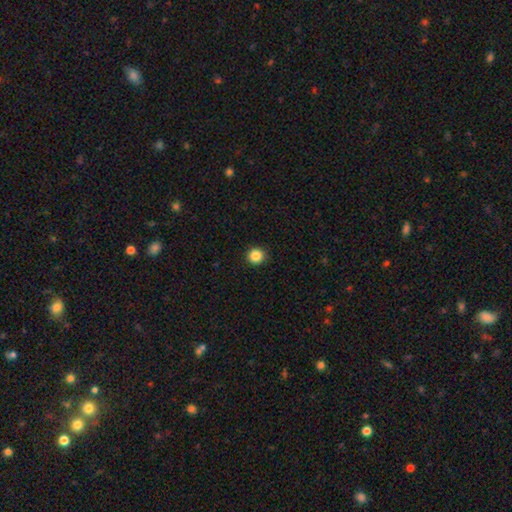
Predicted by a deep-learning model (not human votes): Morphology: type=smooth (87%); roundness=round (94%); merging=none (92%).